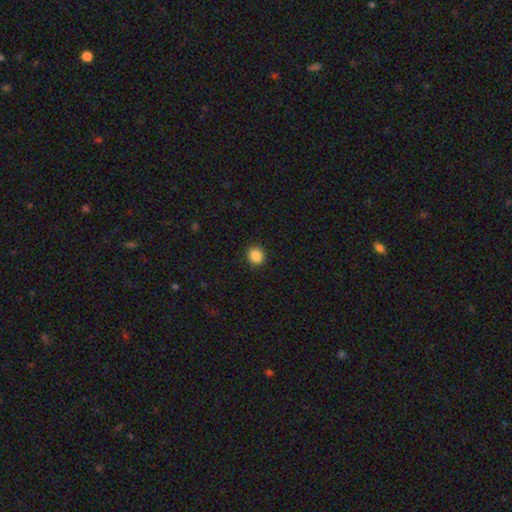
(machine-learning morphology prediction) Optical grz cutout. It shows a smooth galaxy with no disk features (87%) that is round (87%). Merging: none (92%).